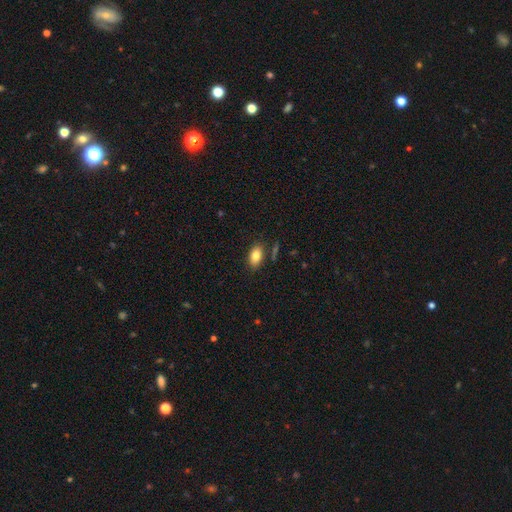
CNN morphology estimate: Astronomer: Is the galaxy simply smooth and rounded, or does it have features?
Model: smooth — 83%.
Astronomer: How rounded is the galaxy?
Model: in between — 90%.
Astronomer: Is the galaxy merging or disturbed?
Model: none — 81%.